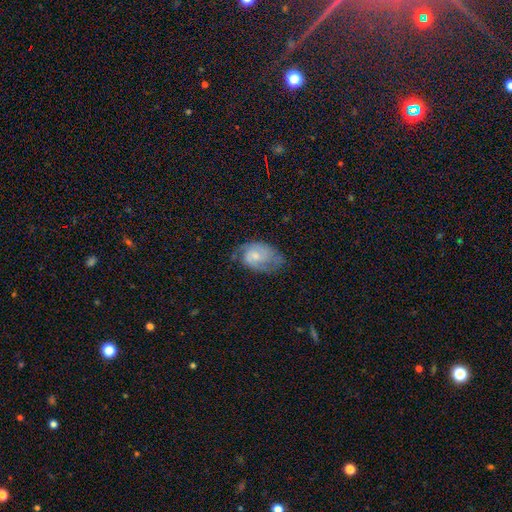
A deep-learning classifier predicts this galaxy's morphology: A featured or disk galaxy (62%) with no bar (62%), 2 (62%) medium (43%) spiral arms (86%) and a small central bulge (48%). Merging: none (49%).